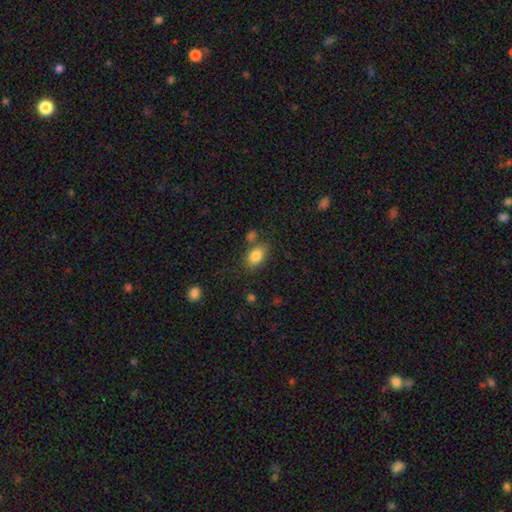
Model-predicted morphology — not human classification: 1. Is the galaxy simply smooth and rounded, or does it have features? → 84% smooth, 8% star or artifact, 8% featured or disk.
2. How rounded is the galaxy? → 84% in between, 14% round, 2% cigar-shaped.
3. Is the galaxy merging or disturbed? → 70% none, 14% minor disturbance, 11% merger, 4% major disturbance.